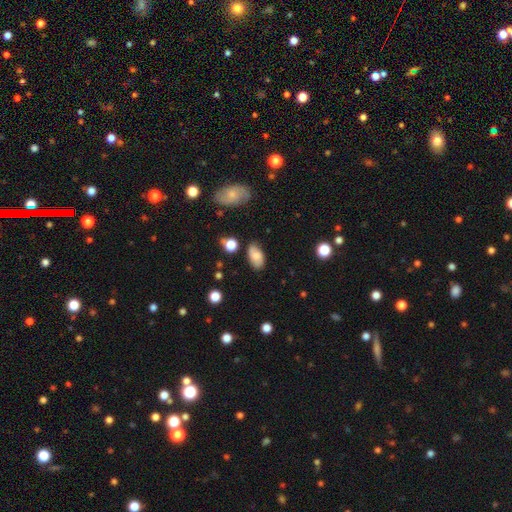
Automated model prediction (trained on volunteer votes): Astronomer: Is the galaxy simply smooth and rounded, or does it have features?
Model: smooth — 67%.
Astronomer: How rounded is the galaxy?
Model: in between — 92%.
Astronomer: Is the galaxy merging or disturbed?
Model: none — 72%.